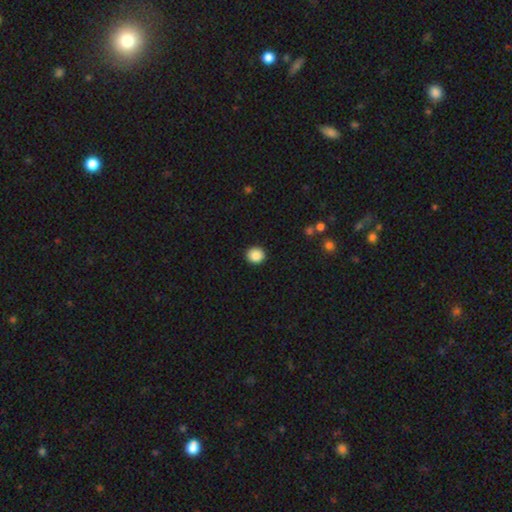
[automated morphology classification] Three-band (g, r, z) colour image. It shows a smooth galaxy with no disk features (87%) that is round (90%). Merging: none (93%).